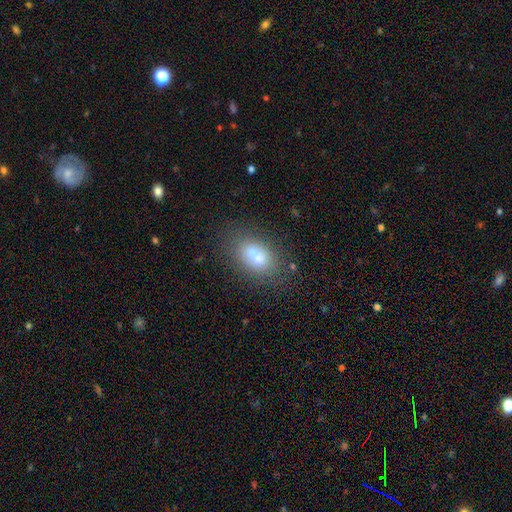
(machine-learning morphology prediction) This is likely a smooth galaxy (63%). How rounded: likely in between (68%). Merging: marginally merger (43%).